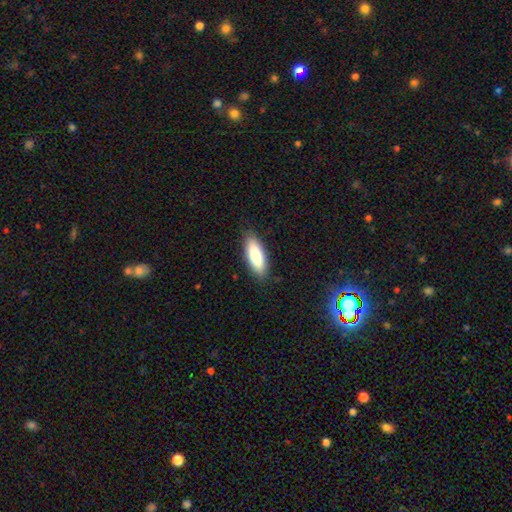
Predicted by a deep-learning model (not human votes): Overall: smooth (80%). How rounded: in between (66%; cigar-shaped 33%). Merging: none (87%).